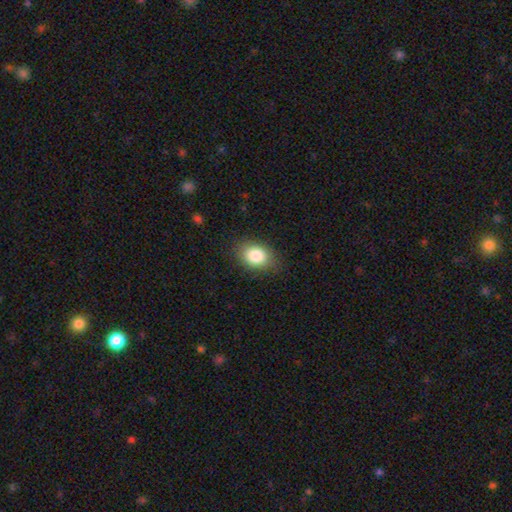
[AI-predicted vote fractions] Q: Smooth or featured?
A: smooth (85%); runner-up: star or artifact (9%)
Q: How rounded?
A: in between (70%); runner-up: round (29%)
Q: Merging?
A: none (82%); runner-up: minor disturbance (13%)